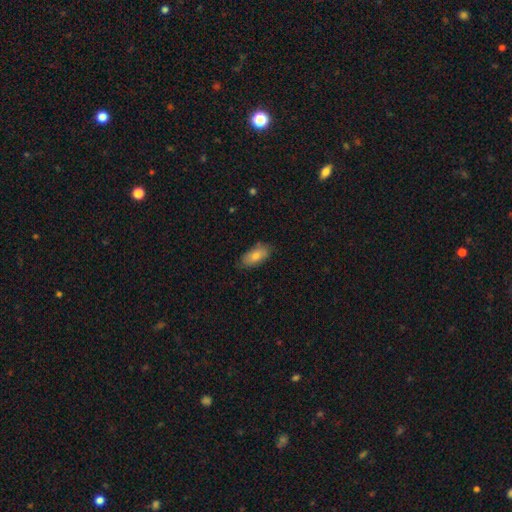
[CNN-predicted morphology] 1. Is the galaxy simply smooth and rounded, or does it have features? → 72% smooth, 20% featured or disk, 7% star or artifact.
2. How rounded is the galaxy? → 89% in between, 8% cigar-shaped, 3% round.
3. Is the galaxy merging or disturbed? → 80% none, 17% minor disturbance, 3% major disturbance, 1% merger.